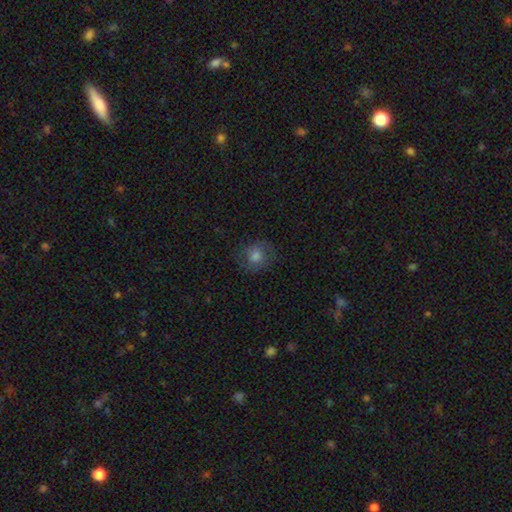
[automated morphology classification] A smooth galaxy with no disk features (66%) that is round (82%). Merging: none (77%).